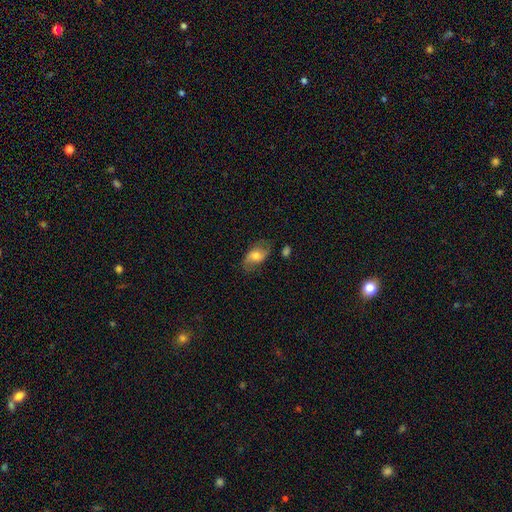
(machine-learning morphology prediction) A smooth galaxy with no disk features (50%) that is in between round and cigar-shaped (88%).

Vote fractions:
- Smooth or featured? smooth: 50% / featured or disk: 42% / star or artifact: 8%
- How rounded? in between: 88% / round: 9% / cigar-shaped: 3%
- Merging? none: 66% / minor disturbance: 22% / major disturbance: 8% / merger: 3%